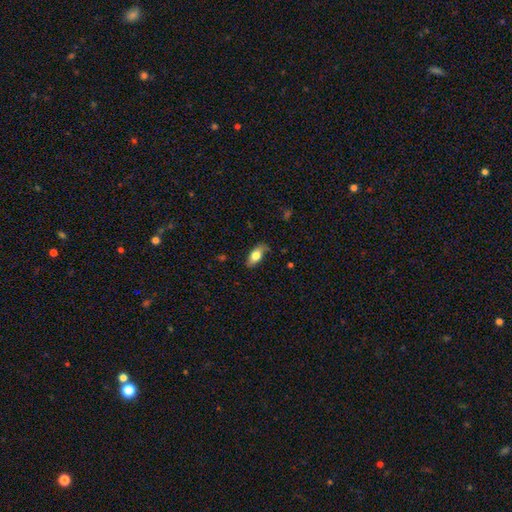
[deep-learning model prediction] Overall: smooth (70%). How rounded: in between (84%). Merging: none (74%).